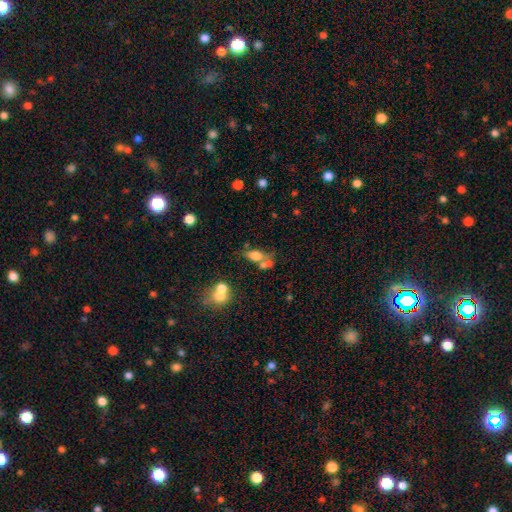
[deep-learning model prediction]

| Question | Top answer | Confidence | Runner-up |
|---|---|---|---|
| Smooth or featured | smooth | 69% | featured or disk (19%) |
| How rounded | in between | 82% | round (10%) |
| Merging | none | 40% | merger (38%) |